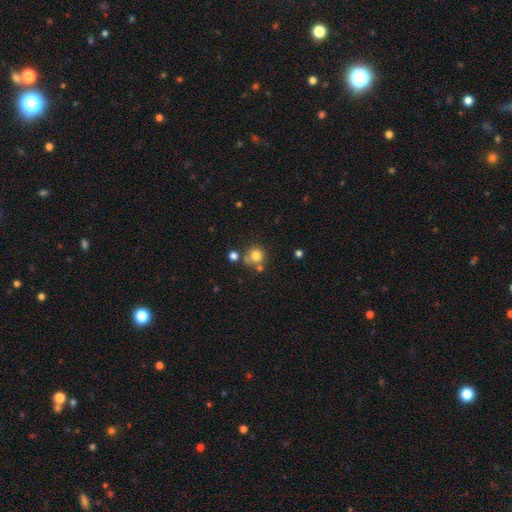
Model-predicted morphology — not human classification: type=smooth (77%); roundness=round (90%); merging=none (63%).